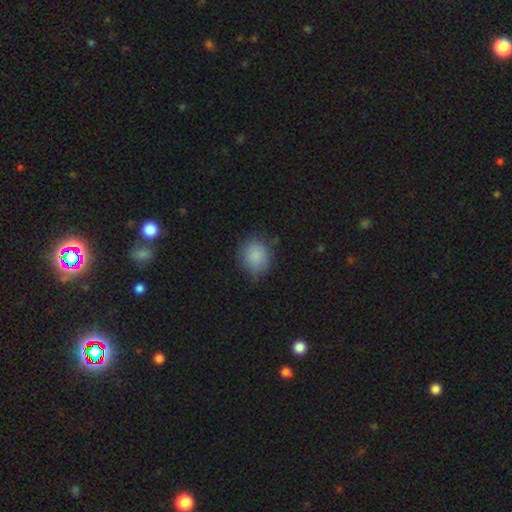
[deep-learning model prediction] This is clearly a smooth galaxy (86%). How rounded: likely round (73%). Merging: likely none (72%).